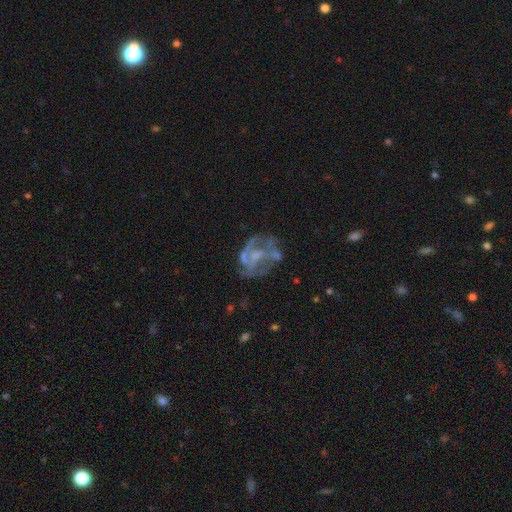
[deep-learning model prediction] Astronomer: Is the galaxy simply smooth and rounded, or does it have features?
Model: featured or disk — 76%.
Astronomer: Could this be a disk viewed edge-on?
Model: no — 98%.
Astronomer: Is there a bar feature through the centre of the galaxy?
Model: no — 57% (runner-up: weak, 33%).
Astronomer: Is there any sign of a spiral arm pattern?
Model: yes — 63%.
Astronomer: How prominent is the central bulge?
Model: none — 41% (runner-up: small, 29%).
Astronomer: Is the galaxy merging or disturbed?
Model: none — 45% (runner-up: major disturbance, 27%).